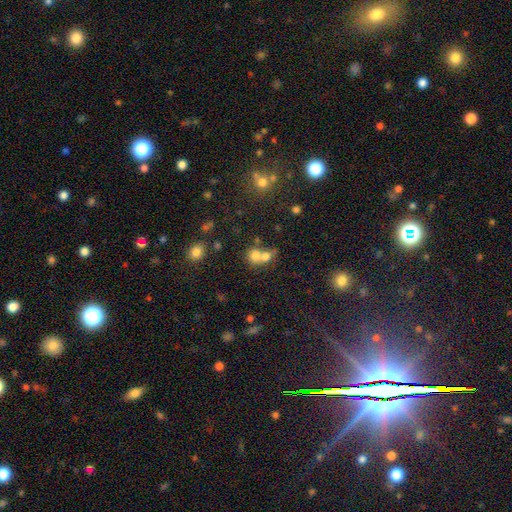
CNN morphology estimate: type=smooth (73%); roundness=round (74%); merging=merger (62%).